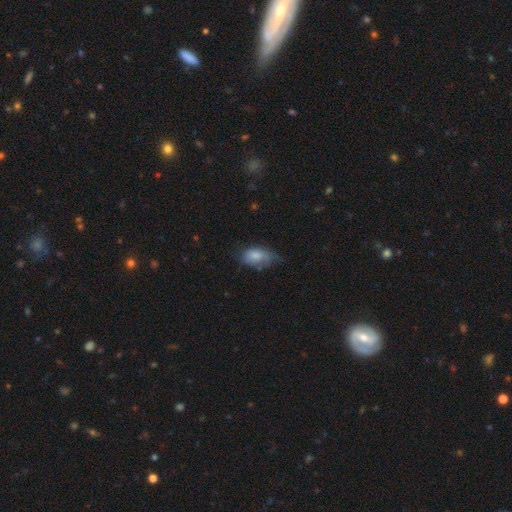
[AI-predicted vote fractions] Smooth or featured? Predicted: smooth (p=0.77). How rounded? Predicted: in between (p=0.91). Merging? Predicted: minor disturbance (p=0.40).